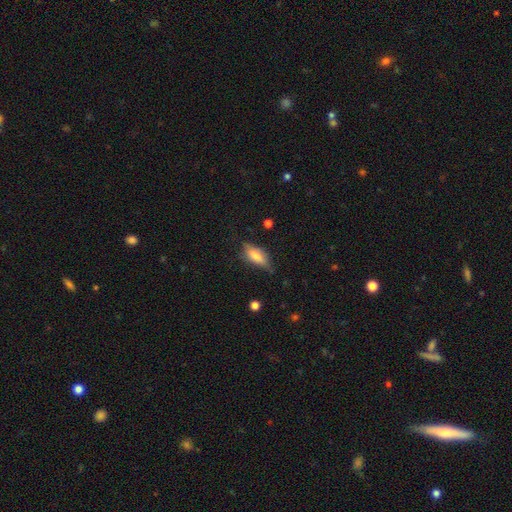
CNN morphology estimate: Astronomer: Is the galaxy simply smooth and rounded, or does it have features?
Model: smooth — 64%.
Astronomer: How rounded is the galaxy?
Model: in between — 69%.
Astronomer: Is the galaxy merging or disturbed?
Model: none — 68%.